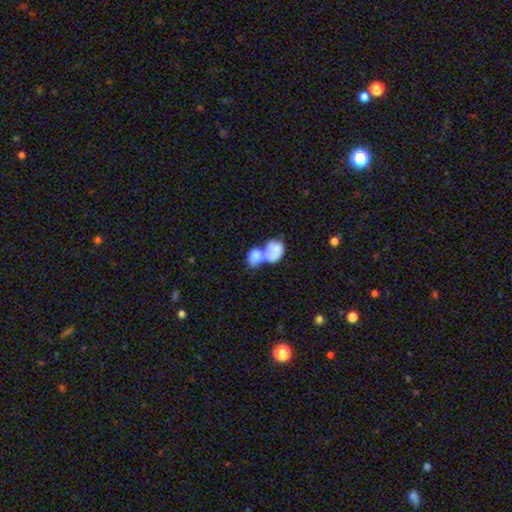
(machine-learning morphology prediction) Overall: smooth (69%). How rounded: in between (53%; round 46%). Merging: merger (76%).